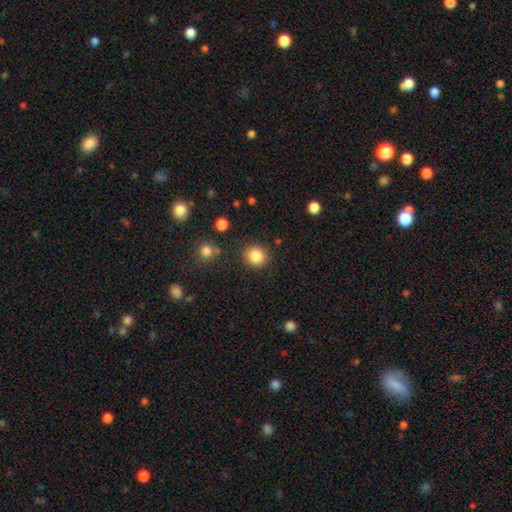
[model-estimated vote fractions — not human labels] Overall: smooth (85%). How rounded: round (86%). Merging: none (87%).